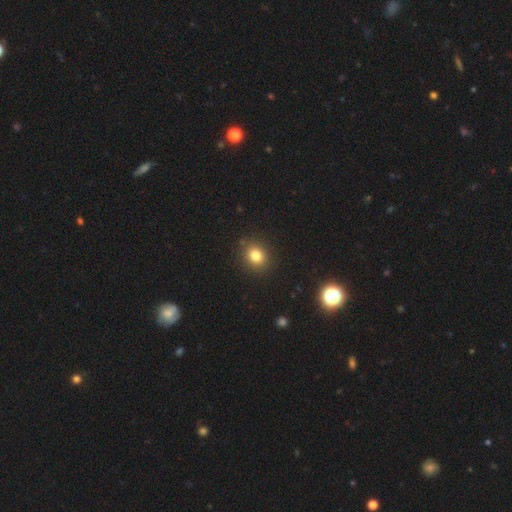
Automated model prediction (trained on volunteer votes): A smooth galaxy with no disk features (81%) that is round (70%). Merging: none (88%).